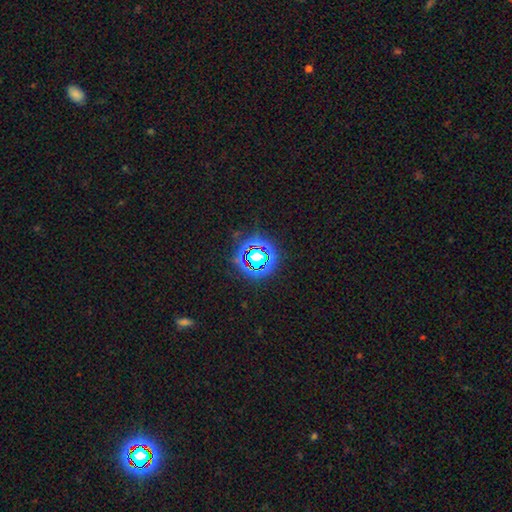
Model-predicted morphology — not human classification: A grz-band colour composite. It shows a star or artifact, not a galaxy (77%).